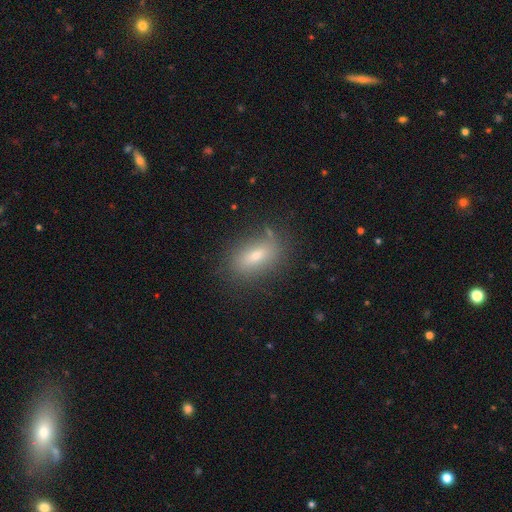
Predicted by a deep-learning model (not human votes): Smooth or featured?
  - smooth: 68% *
  - featured or disk: 19%
  - star or artifact: 13%
How rounded?
  - in between: 81% *
  - cigar-shaped: 10%
  - round: 9%
Merging?
  - none: 79% *
  - minor disturbance: 14%
  - major disturbance: 5%
  - merger: 3%